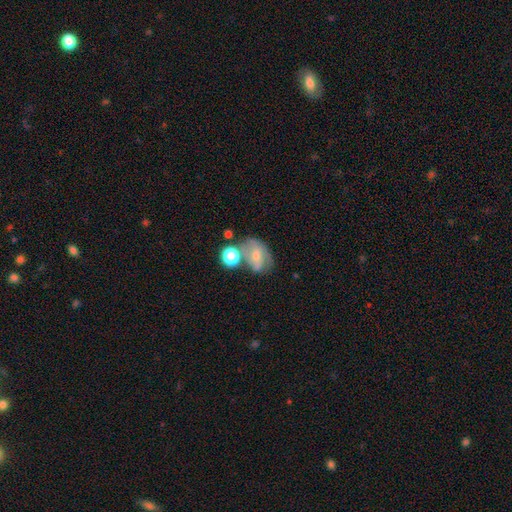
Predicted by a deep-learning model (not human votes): A smooth galaxy with no disk features (49%). Merging: none (38%).